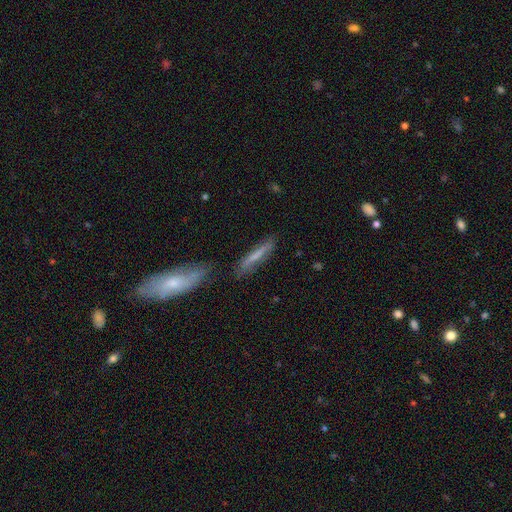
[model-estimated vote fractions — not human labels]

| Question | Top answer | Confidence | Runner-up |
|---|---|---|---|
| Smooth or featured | smooth | 62% | featured or disk (31%) |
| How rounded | cigar-shaped | 89% | in between (9%) |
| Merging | none | 68% | minor disturbance (19%) |